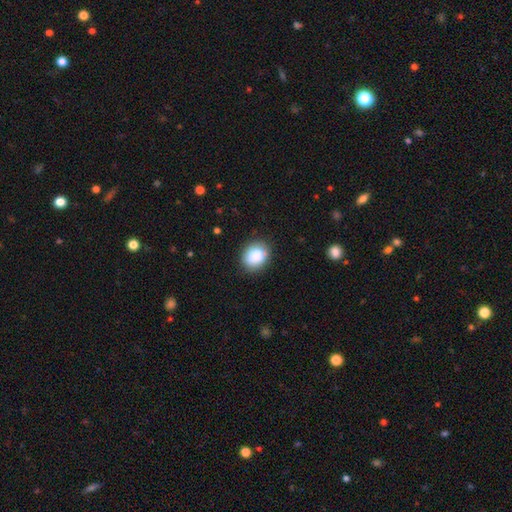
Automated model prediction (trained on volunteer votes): A smooth galaxy with no disk features (87%) that is round (55%).

Vote fractions:
- Smooth or featured? smooth: 87% / star or artifact: 8% / featured or disk: 5%
- How rounded? round: 55% / in between: 44% / cigar-shaped: 1%
- Merging? none: 82% / minor disturbance: 13% / major disturbance: 3% / merger: 2%